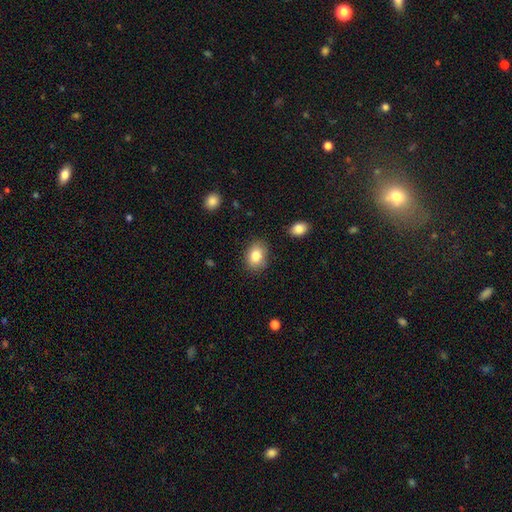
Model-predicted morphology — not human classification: This appears to be a smooth galaxy with no disk features (83%) that is in between round and cigar-shaped (70%). Merging: none (83%).